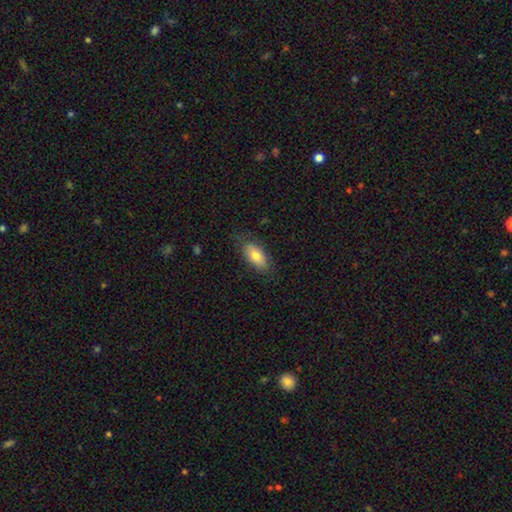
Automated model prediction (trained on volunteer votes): The model was most divided on "smooth or featured": smooth: 75%, featured or disk: 18%, star or artifact: 7%. More confident: how rounded — in between (88%); merging — none (77%).